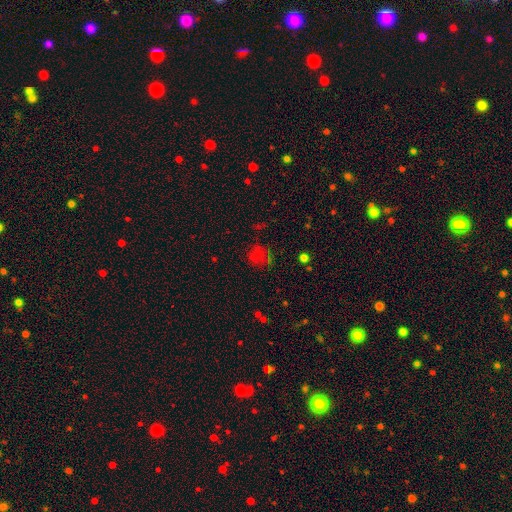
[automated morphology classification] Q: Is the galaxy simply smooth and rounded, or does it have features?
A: smooth — 57%.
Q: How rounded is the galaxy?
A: round — 75%.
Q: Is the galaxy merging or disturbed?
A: none — 60%.